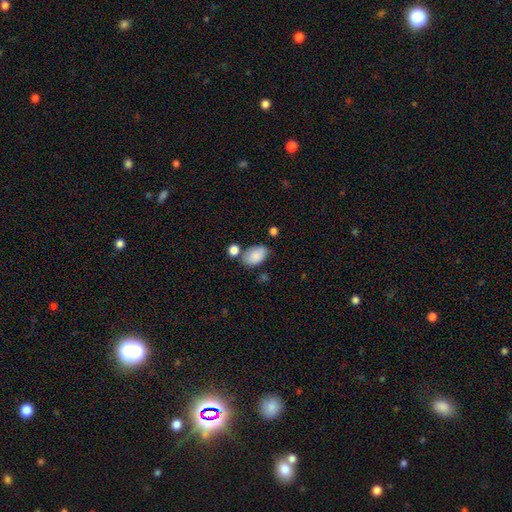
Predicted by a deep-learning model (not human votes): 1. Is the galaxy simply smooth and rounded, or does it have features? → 86% smooth, 7% star or artifact, 7% featured or disk.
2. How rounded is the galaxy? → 90% in between, 8% round, 1% cigar-shaped.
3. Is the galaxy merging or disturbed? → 60% none, 21% minor disturbance, 13% merger, 6% major disturbance.